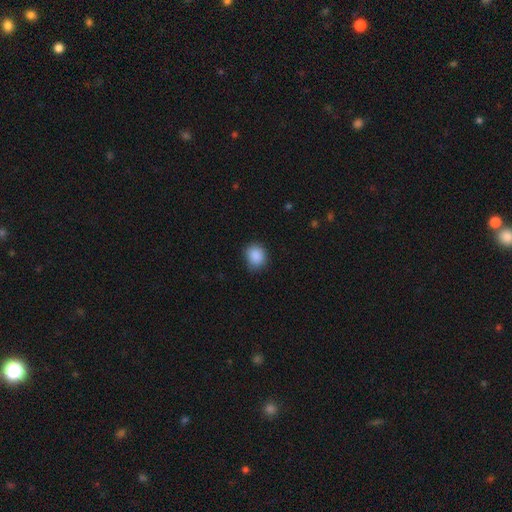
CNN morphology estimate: A smooth galaxy with no disk features (88%) that is round (69%).

Vote fractions:
- Smooth or featured? smooth: 88% / star or artifact: 8% / featured or disk: 3%
- How rounded? round: 69% / in between: 30% / cigar-shaped: 1%
- Merging? none: 78% / minor disturbance: 17% / major disturbance: 3% / merger: 1%